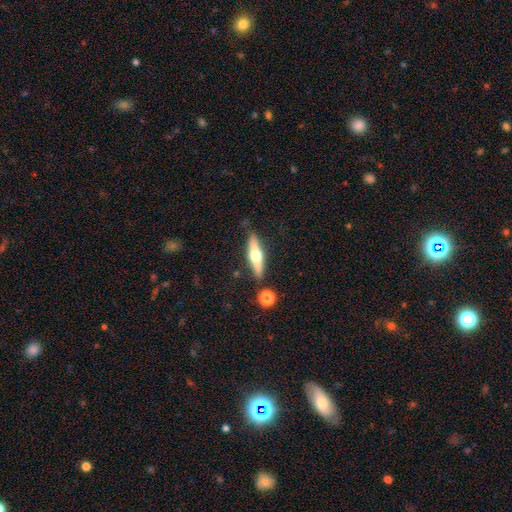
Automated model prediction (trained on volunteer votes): smooth_or_featured: featured or disk (p=0.58) [alt: smooth p=0.36]
disk_edge_on: yes (p=0.94) [alt: no p=0.06]
edge_on_bulge: rounded (p=0.95) [alt: boxy p=0.03]
merging: none (p=0.83) [alt: minor disturbance p=0.10]